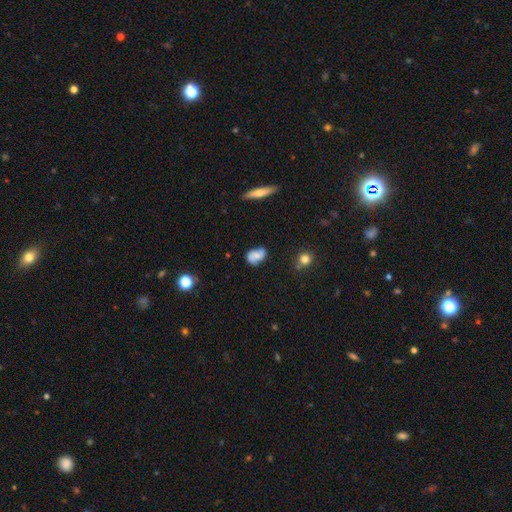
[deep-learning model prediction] This is possibly a smooth galaxy (56%). How rounded: clearly in between (80%). Merging: possibly none (59%).